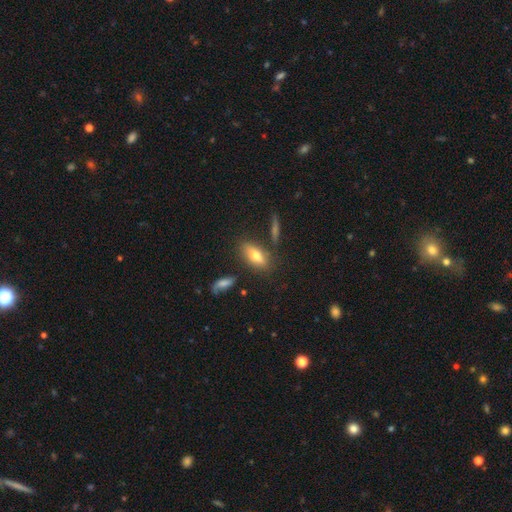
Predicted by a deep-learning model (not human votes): Smooth or featured? Predicted: smooth (p=0.69). How rounded? Predicted: in between (p=0.80). Merging? Predicted: none (p=0.73).